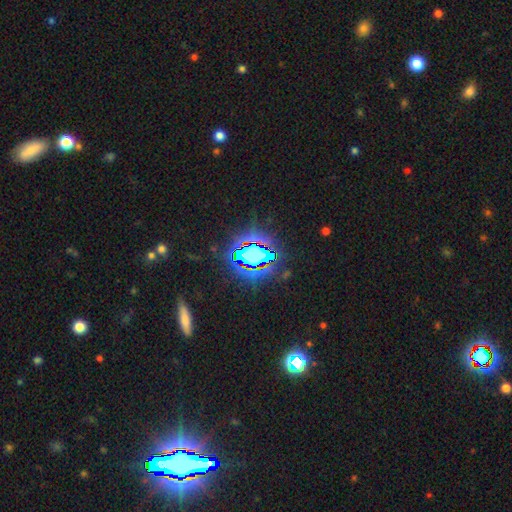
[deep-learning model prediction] This is likely a star or artifact rather than a galaxy (72%).